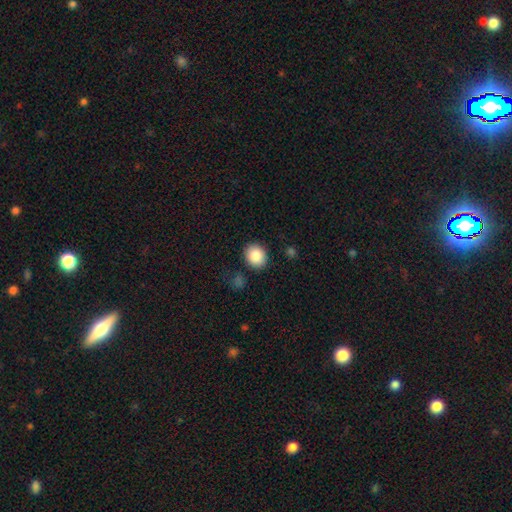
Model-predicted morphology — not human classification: Smooth or featured?
  - smooth: 88% *
  - star or artifact: 8%
  - featured or disk: 4%
How rounded?
  - round: 71% *
  - in between: 28%
  - cigar-shaped: 1%
Merging?
  - none: 87% *
  - minor disturbance: 8%
  - major disturbance: 3%
  - merger: 2%